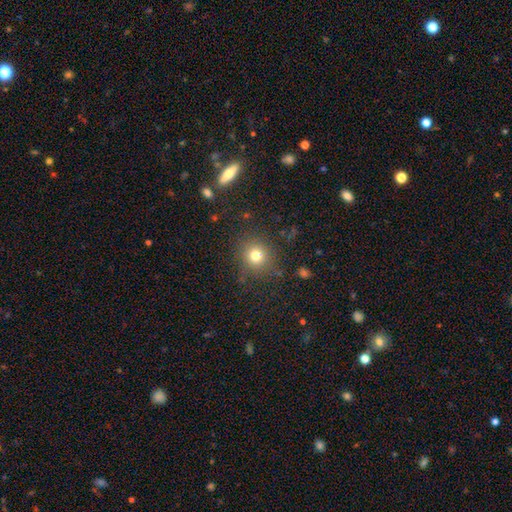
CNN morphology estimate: This appears to be a smooth galaxy with no disk features (77%) that is round (88%). Merging: none (85%).